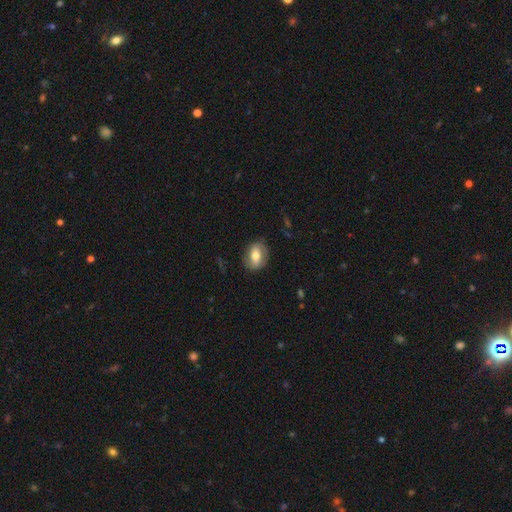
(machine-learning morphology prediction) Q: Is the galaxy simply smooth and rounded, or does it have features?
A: smooth — 56%.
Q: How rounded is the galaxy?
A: in between — 69%.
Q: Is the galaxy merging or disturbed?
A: none — 78%.